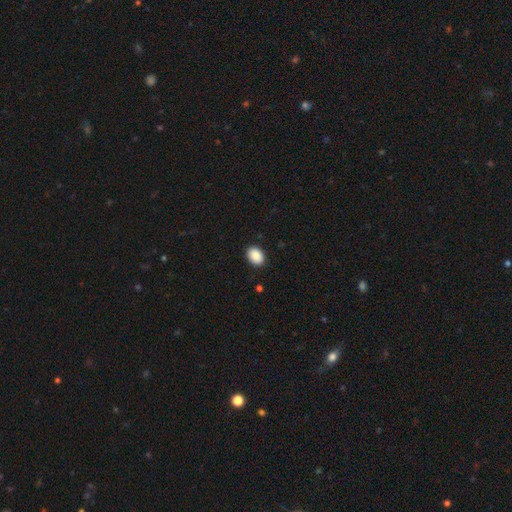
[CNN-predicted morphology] Q: Smooth or featured?
A: smooth (90%); runner-up: star or artifact (7%)
Q: How rounded?
A: in between (72%); runner-up: round (27%)
Q: Merging?
A: none (90%); runner-up: minor disturbance (8%)